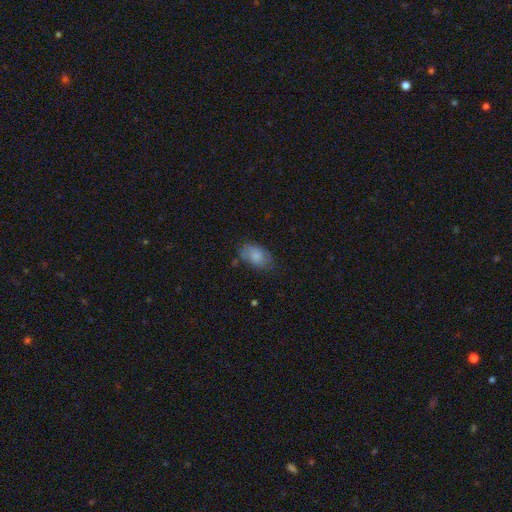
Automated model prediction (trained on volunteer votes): Smooth or featured?
  - smooth: 80% *
  - featured or disk: 13%
  - star or artifact: 7%
How rounded?
  - in between: 90% *
  - round: 8%
  - cigar-shaped: 1%
Merging?
  - none: 63% *
  - minor disturbance: 26%
  - major disturbance: 7%
  - merger: 4%